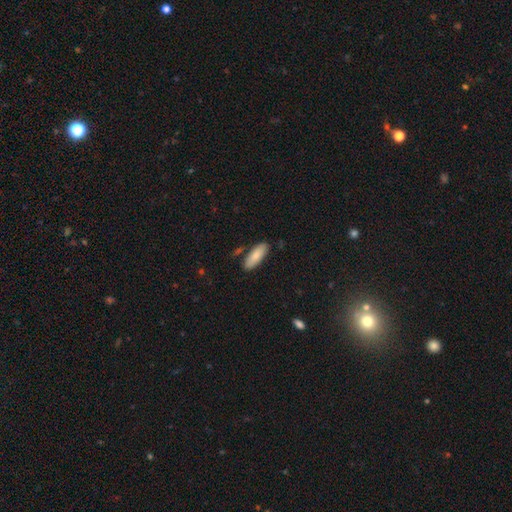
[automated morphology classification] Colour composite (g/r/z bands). It shows a smooth galaxy with no disk features (83%) that is in between round and cigar-shaped (68%). Merging: none (81%).